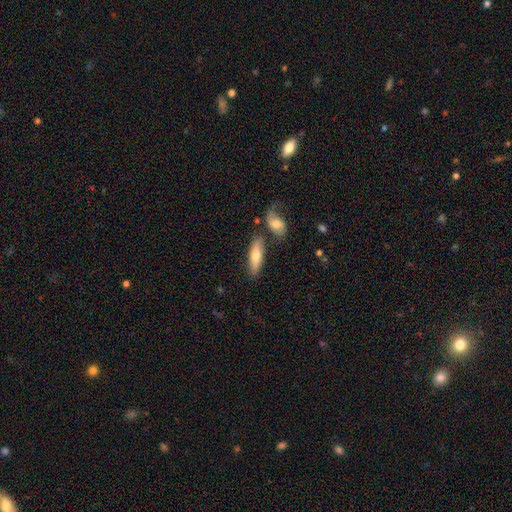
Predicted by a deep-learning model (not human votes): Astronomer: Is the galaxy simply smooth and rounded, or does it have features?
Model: smooth — 62%.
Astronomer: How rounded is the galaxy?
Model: cigar-shaped — 49% (runner-up: in between, 48%).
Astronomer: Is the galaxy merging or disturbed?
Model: none — 69%.